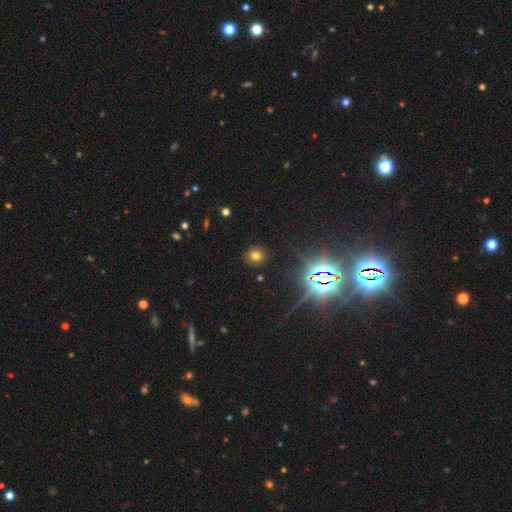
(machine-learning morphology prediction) The model was most divided on "smooth or featured": smooth: 67%, star or artifact: 24%, featured or disk: 9%. More confident: merging — none (88%); how rounded — round (81%).